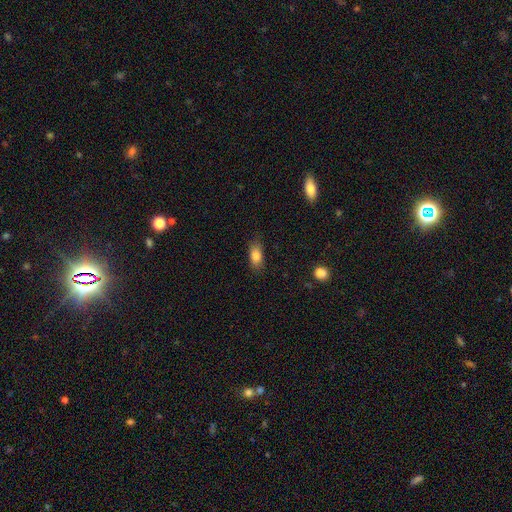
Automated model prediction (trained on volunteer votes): Overall: smooth (83%). How rounded: in between (85%). Merging: none (81%).